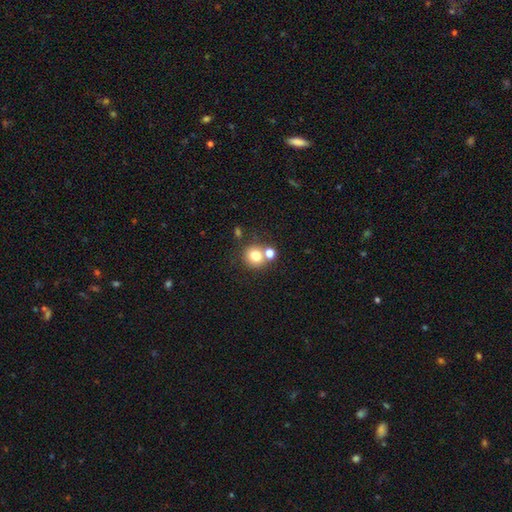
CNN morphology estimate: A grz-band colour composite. It shows a smooth galaxy with no disk features (77%) that is round (87%). Merging: none (59%).